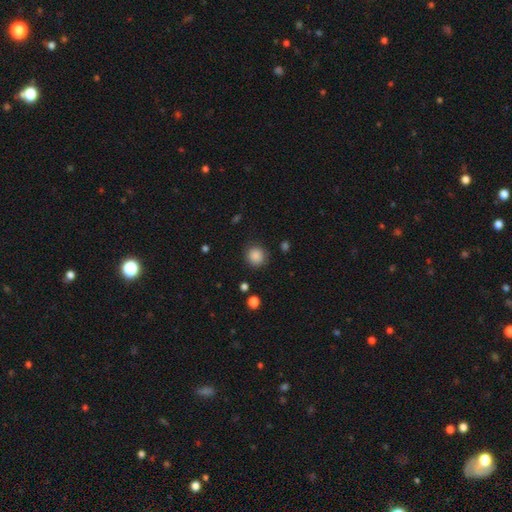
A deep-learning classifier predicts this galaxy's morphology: Q: Smooth or featured?
A: smooth (87%); runner-up: star or artifact (10%)
Q: How rounded?
A: round (90%); runner-up: in between (9%)
Q: Merging?
A: none (84%); runner-up: minor disturbance (11%)